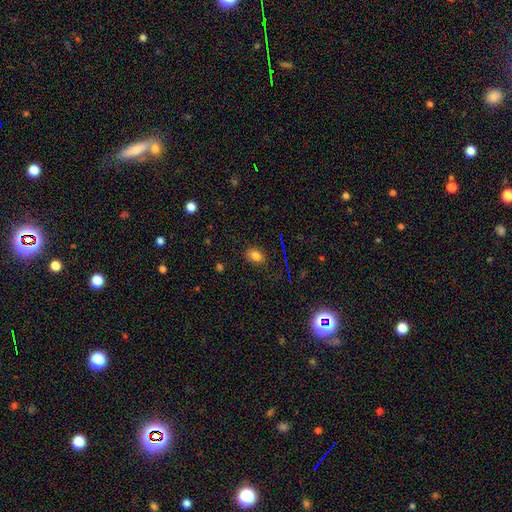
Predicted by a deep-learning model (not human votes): smooth 79%, star or artifact 14%, featured or disk 7%. Down the decision tree: how rounded — in between (69%); merging — none (83%).